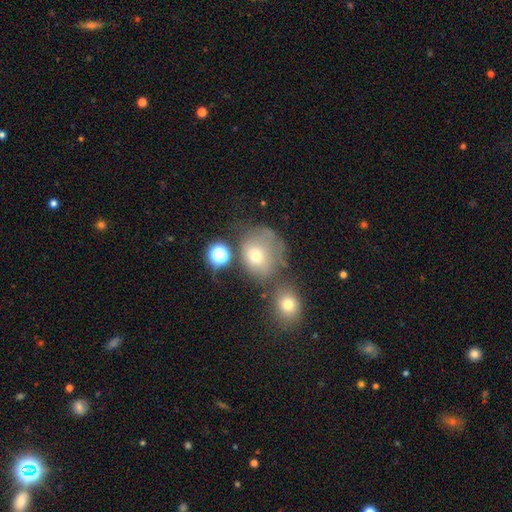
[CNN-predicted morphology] A smooth galaxy with no disk features (62%) that is round (66%).

Vote fractions:
- Smooth or featured? smooth: 62% / featured or disk: 20% / star or artifact: 19%
- How rounded? round: 66% / in between: 33% / cigar-shaped: 1%
- Merging? none: 33% / merger: 29% / major disturbance: 19% / minor disturbance: 19%